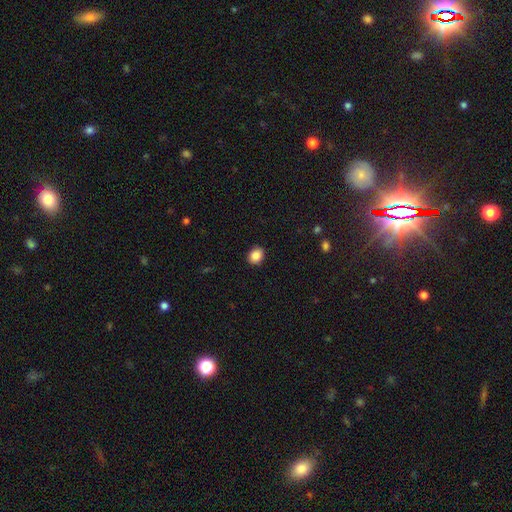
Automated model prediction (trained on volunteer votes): Smooth or featured: smooth — 87% (star or artifact — 9%)
How rounded: round — 67% (in between — 32%)
Merging: none — 90% (minor disturbance — 8%)